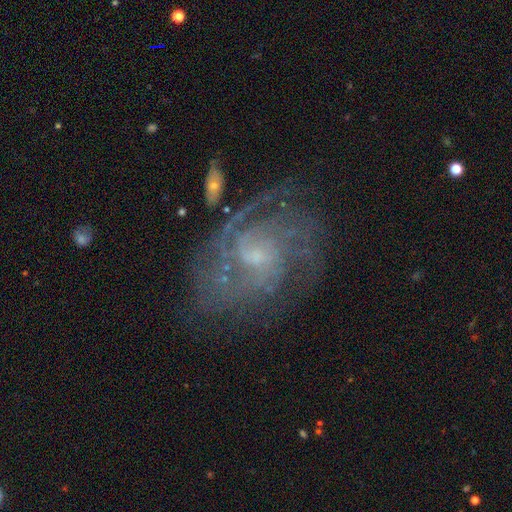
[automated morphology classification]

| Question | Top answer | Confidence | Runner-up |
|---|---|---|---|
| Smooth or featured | featured or disk | 83% | smooth (9%) |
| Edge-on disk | no | 97% | yes (3%) |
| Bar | no | 58% | weak (36%) |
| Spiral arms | yes | 92% | no (8%) |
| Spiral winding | tight | 51% | medium (37%) |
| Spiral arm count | can't tell | 37% | 2 (19%) |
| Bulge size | small | 63% | moderate (25%) |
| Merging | none | 66% | minor disturbance (18%) |